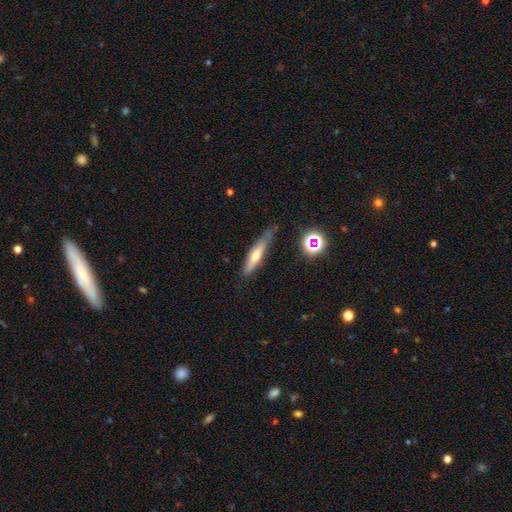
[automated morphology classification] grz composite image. It shows a smooth galaxy with no disk features (52%) that is cigar-shaped (85%). Merging: none (67%).